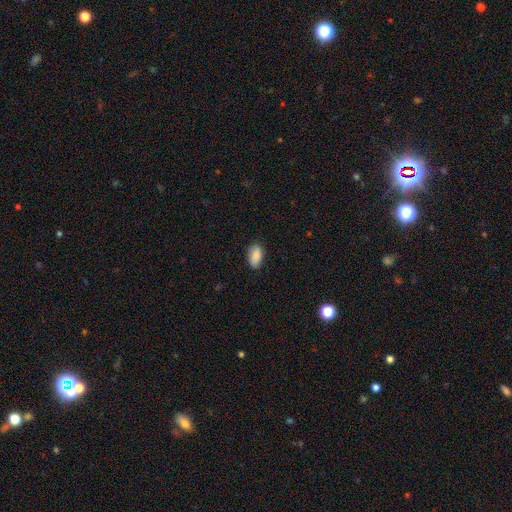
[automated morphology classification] type=smooth (88%); roundness=in between (93%); merging=none (84%).